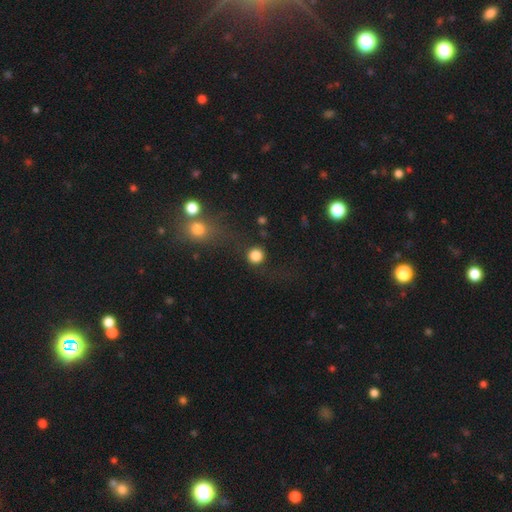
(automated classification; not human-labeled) This appears to be a smooth galaxy with no disk features (85%) that is round (94%). Merging: none (81%).